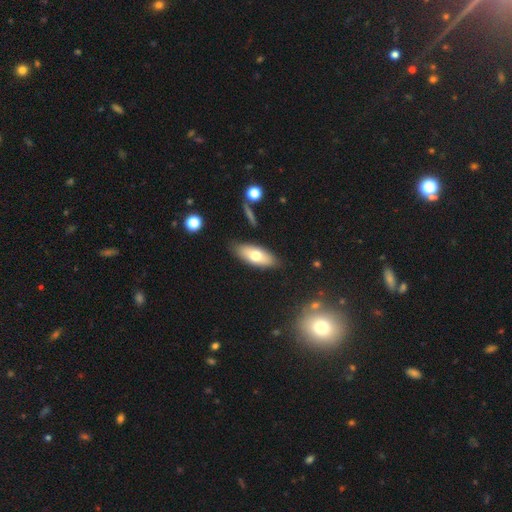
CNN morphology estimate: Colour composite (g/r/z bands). It shows a smooth galaxy with no disk features (66%) that is in between round and cigar-shaped (81%). Merging: none (84%).